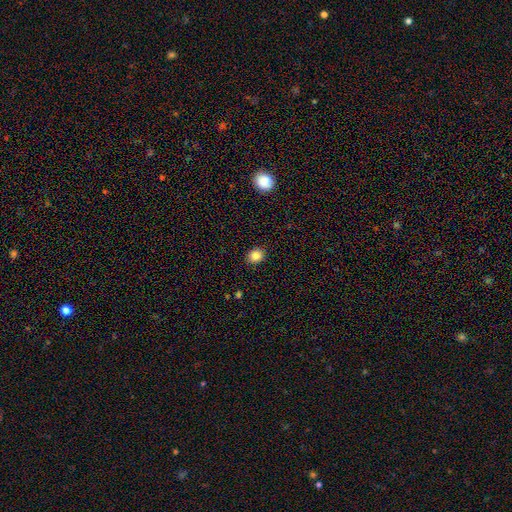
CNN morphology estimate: type=smooth (85%); roundness=round (61%); merging=none (90%).